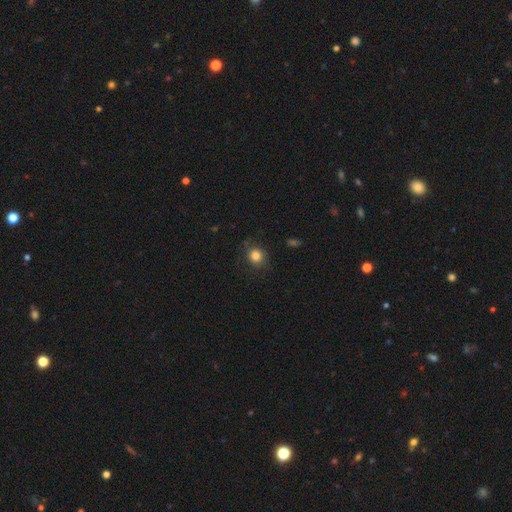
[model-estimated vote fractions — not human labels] smooth 83%, star or artifact 11%, featured or disk 6%. Down the decision tree: how rounded — round (82%); merging — none (79%).